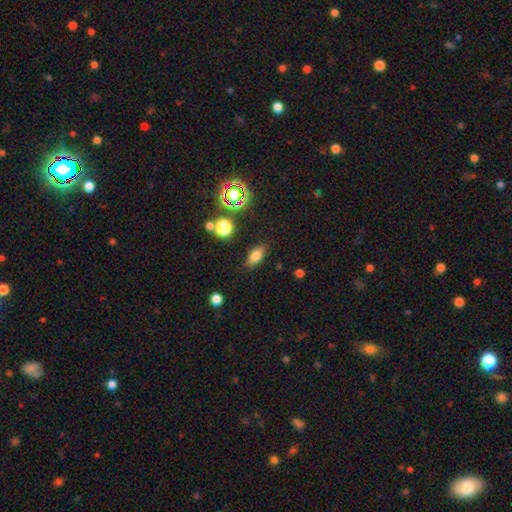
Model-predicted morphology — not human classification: smooth_or_featured: smooth (p=0.72) [alt: featured or disk p=0.15]
how_rounded: in between (p=0.78) [alt: cigar-shaped p=0.13]
merging: none (p=0.84) [alt: minor disturbance p=0.11]